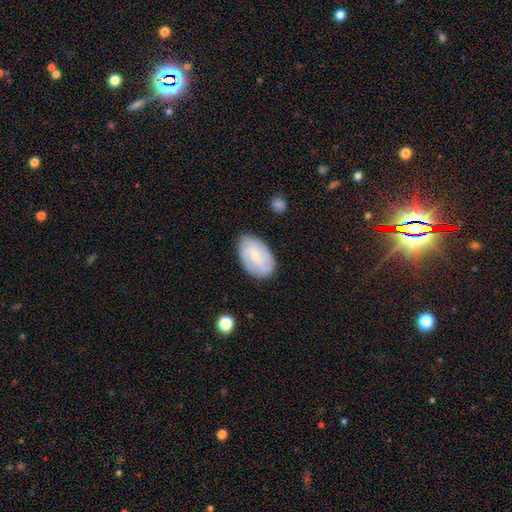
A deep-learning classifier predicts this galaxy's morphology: The model was most divided on "smooth or featured": featured or disk: 49%, smooth: 44%, star or artifact: 7%. More confident: merging — none (81%).